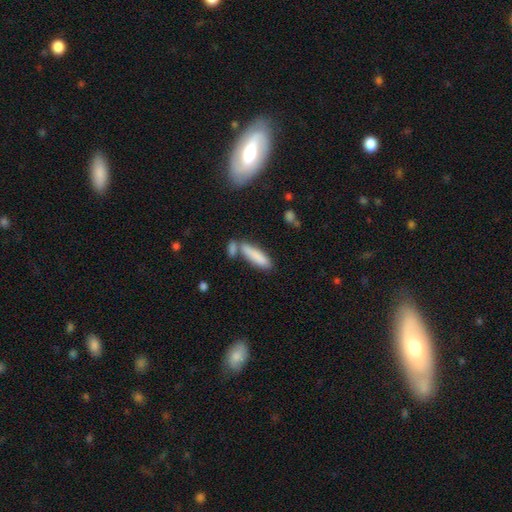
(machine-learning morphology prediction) Smooth or featured? smooth (84%)
How rounded? cigar-shaped (65%)
Merging? none (58%)